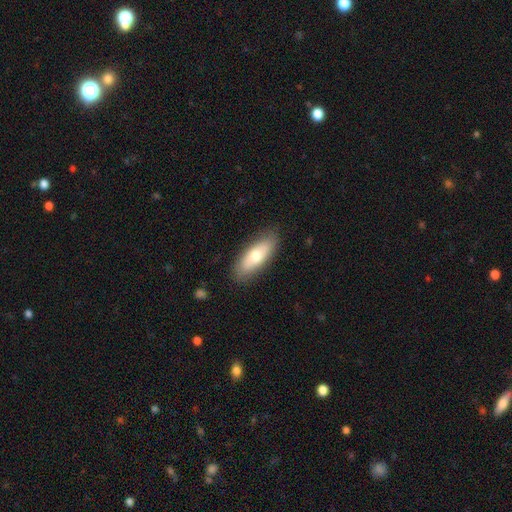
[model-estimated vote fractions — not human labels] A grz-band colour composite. It shows a smooth galaxy with no disk features (66%) that is in between round and cigar-shaped (73%). Merging: none (85%).